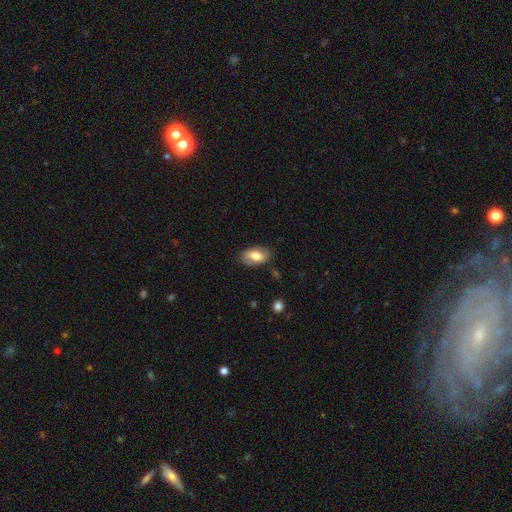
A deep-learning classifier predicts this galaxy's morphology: A smooth galaxy with no disk features (67%) that is in between round and cigar-shaped (93%). Merging: none (77%).